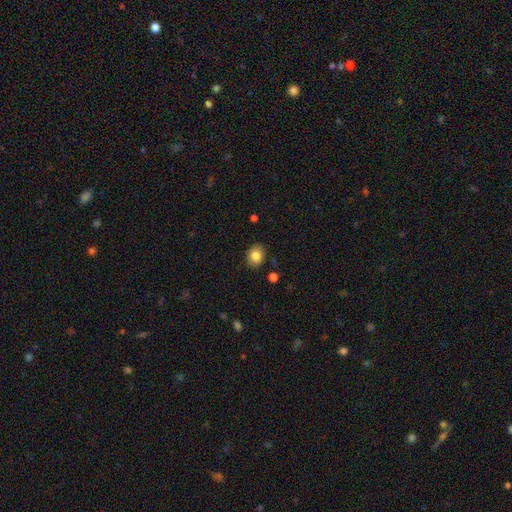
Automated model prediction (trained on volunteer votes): This appears to be a smooth galaxy with no disk features (83%) that is round (51%). Merging: none (85%).